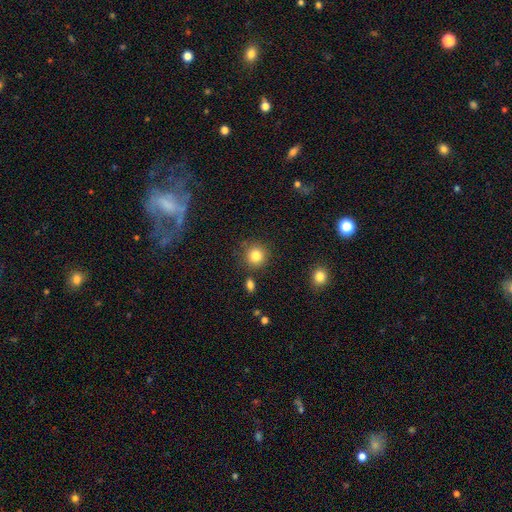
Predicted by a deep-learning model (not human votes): The model was most divided on "smooth or featured": smooth: 84%, star or artifact: 10%, featured or disk: 6%. More confident: how rounded — round (91%); merging — none (83%).